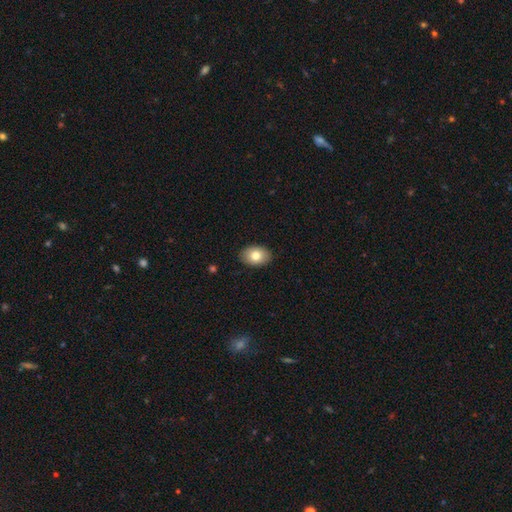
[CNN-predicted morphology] Smooth or featured?
  - smooth: 79% *
  - featured or disk: 13%
  - star or artifact: 8%
How rounded?
  - in between: 83% *
  - round: 16%
  - cigar-shaped: 1%
Merging?
  - none: 89% *
  - minor disturbance: 8%
  - major disturbance: 2%
  - merger: 1%